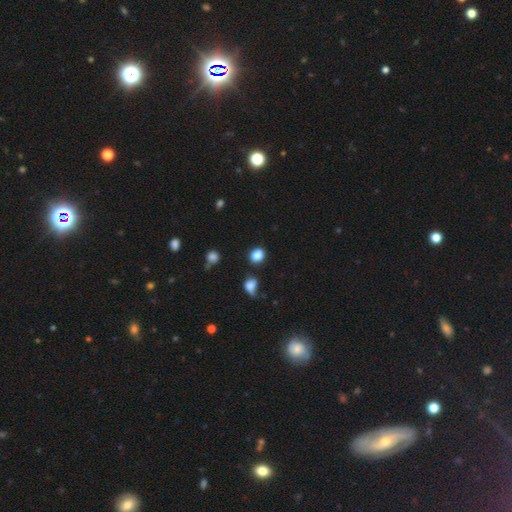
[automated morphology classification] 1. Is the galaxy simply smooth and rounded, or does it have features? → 84% smooth, 11% star or artifact, 5% featured or disk.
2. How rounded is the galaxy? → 60% round, 39% in between, 1% cigar-shaped.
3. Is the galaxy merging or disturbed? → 76% none, 13% minor disturbance, 6% merger, 5% major disturbance.